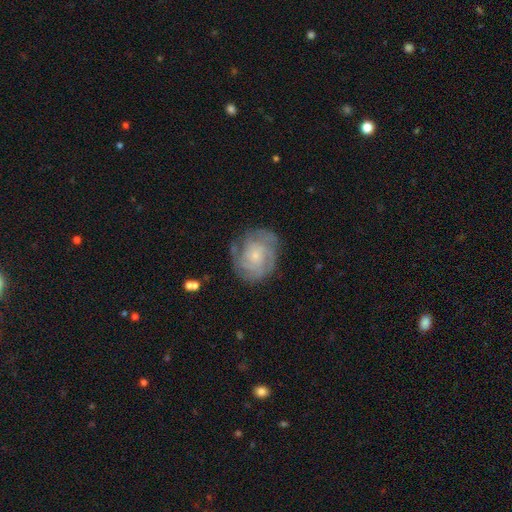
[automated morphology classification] smooth_or_featured: featured or disk (p=0.79) [alt: smooth p=0.14]
disk_edge_on: no (p=0.98) [alt: yes p=0.02]
bar: no (p=0.76) [alt: weak p=0.21]
has_spiral_arms: yes (p=0.94) [alt: no p=0.06]
spiral_winding: tight (p=0.65) [alt: medium p=0.29]
spiral_arm_count: can't tell (p=0.30) [alt: 3 p=0.25]
bulge_size: small (p=0.75) [alt: moderate p=0.17]
merging: none (p=0.74) [alt: minor disturbance p=0.18]